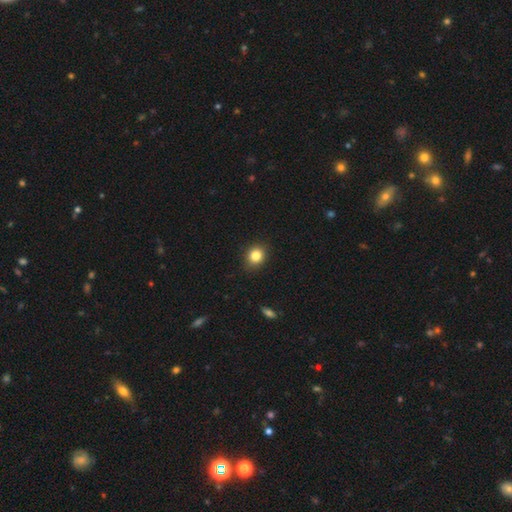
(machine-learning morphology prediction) Q: Smooth or featured?
A: smooth (84%); runner-up: star or artifact (11%)
Q: How rounded?
A: round (71%); runner-up: in between (28%)
Q: Merging?
A: none (86%); runner-up: minor disturbance (10%)